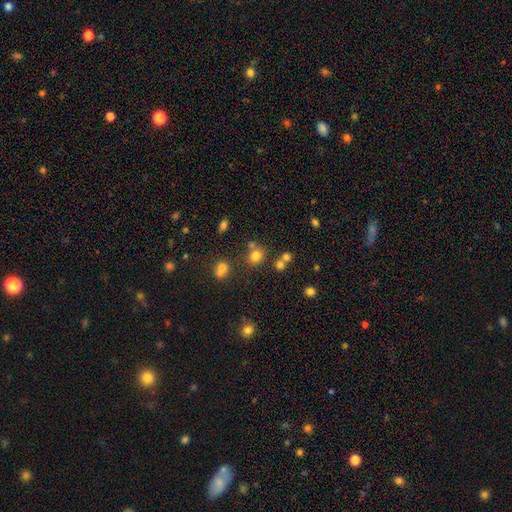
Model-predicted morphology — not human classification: type=smooth (74%); roundness=round (80%); merging=none (68%).